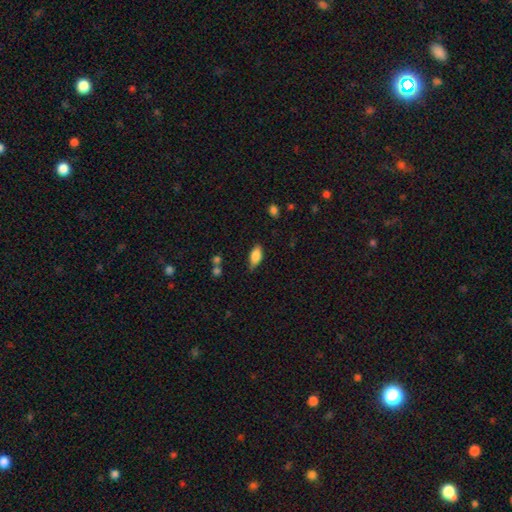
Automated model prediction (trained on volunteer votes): A smooth galaxy with no disk features (82%) that is in between round and cigar-shaped (88%).

Vote fractions:
- Smooth or featured? smooth: 82% / featured or disk: 11% / star or artifact: 7%
- How rounded? in between: 88% / cigar-shaped: 8% / round: 4%
- Merging? none: 65% / minor disturbance: 28% / major disturbance: 5% / merger: 3%